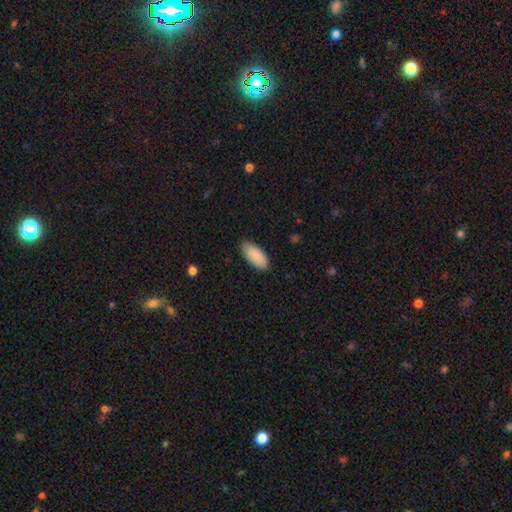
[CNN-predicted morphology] This is clearly a smooth galaxy (88%). How rounded: clearly in between (90%). Merging: clearly none (86%).